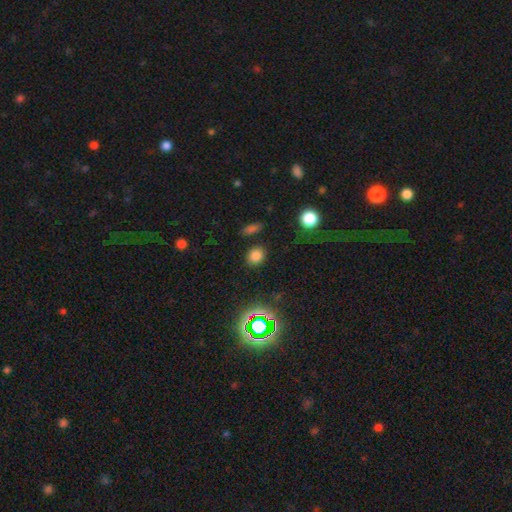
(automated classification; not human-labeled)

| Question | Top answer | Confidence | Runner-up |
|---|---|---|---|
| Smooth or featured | smooth | 77% | star or artifact (17%) |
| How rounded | round | 66% | in between (32%) |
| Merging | none | 85% | minor disturbance (9%) |